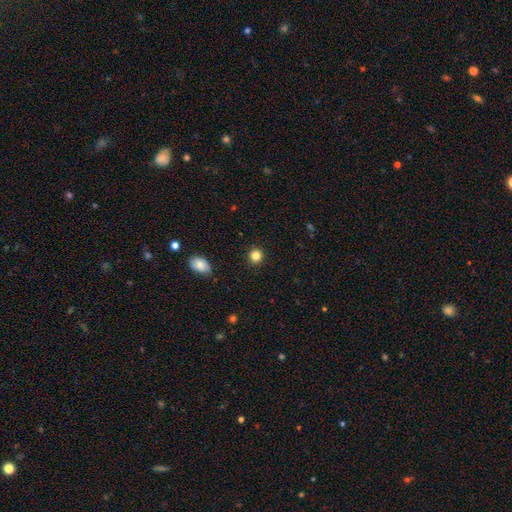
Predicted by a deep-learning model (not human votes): smooth_or_featured: smooth (p=0.84) [alt: star or artifact p=0.12]
how_rounded: round (p=0.88) [alt: in between p=0.11]
merging: none (p=0.91) [alt: minor disturbance p=0.06]